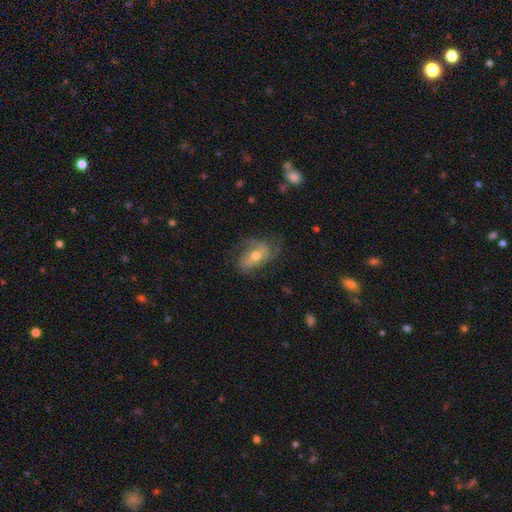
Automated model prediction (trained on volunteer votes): smooth-or-featured: featured or disk: 67% | smooth: 25% | star or artifact: 8%
  disk-edge-on: no: 94% | yes: 6%
    bar: no: 49% | weak: 35% | strong: 17%
    has-spiral-arms: yes: 85% | no: 15%
      spiral-winding: medium: 42% | loose: 34% | tight: 24%
      spiral-arm-count: 2: 52% | can't tell: 20% | 3: 15% | 1: 8% | 4: 3% | more than 4: 3%
    bulge-size: moderate: 66% | small: 28% | large: 4% | none: 1% | dominant: 1%
  merging: none: 56% | minor disturbance: 25% | major disturbance: 18% | merger: 2%